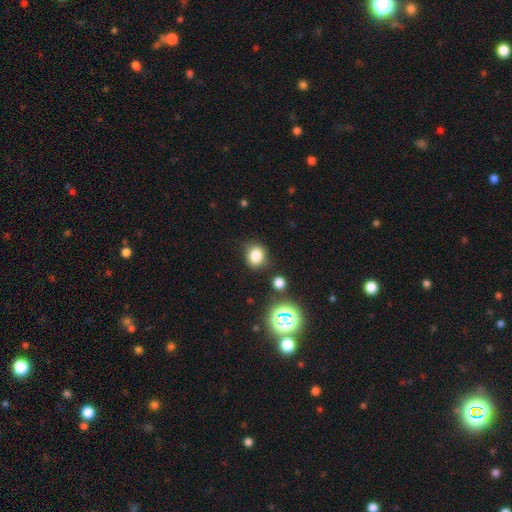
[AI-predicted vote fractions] smooth-or-featured: smooth: 79% | star or artifact: 15% | featured or disk: 6%
  how-rounded: round: 67% | in between: 32% | cigar-shaped: 1%
  merging: none: 79% | minor disturbance: 13% | merger: 4% | major disturbance: 4%